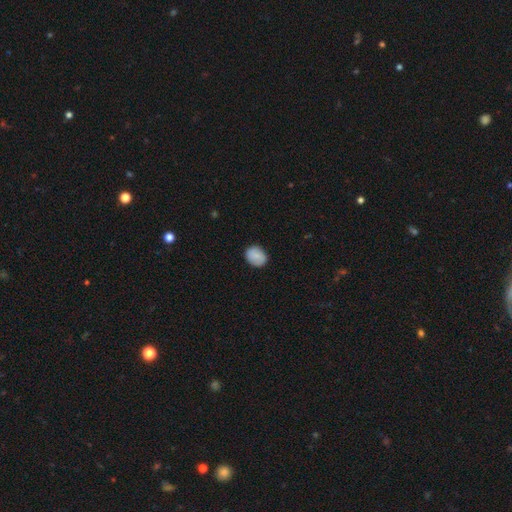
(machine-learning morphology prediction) This appears to be a smooth galaxy with no disk features (82%) that is round (60%). Merging: none (86%).